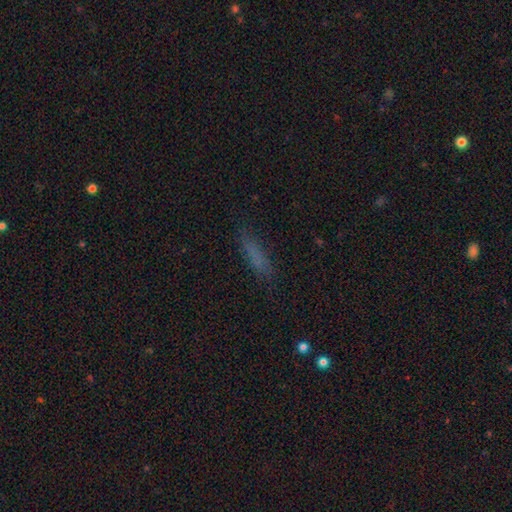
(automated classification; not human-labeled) Overall: smooth (70%). How rounded: cigar-shaped (78%). Merging: none (79%).